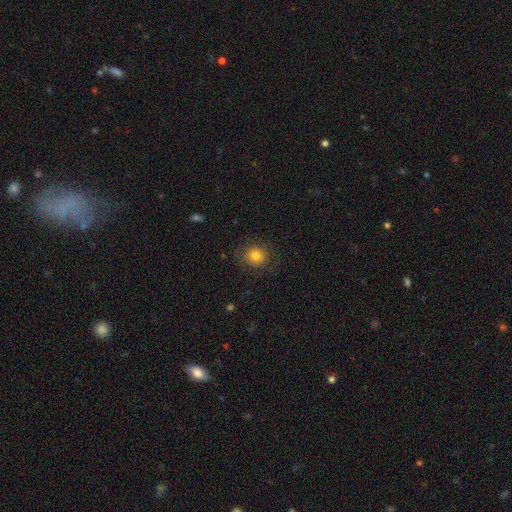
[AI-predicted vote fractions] The model was most divided on "how rounded": round: 81%, in between: 18%, cigar-shaped: 1%. More confident: merging — none (84%); smooth or featured — smooth (81%).